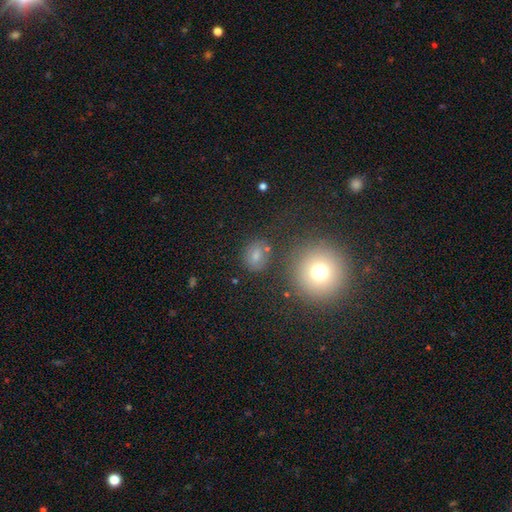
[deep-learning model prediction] smooth 71%, star or artifact 17%, featured or disk 12%. Down the decision tree: how rounded — round (56%); merging — none (74%).